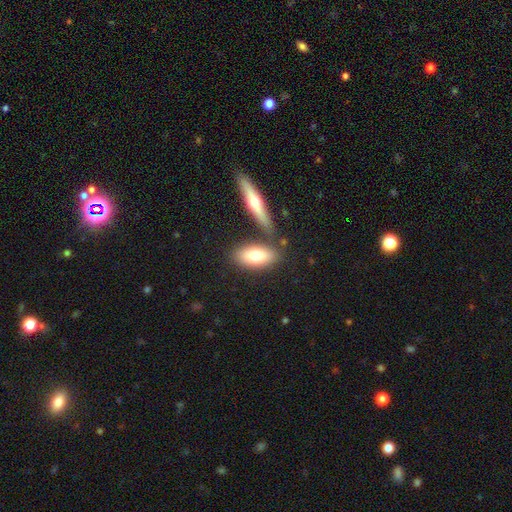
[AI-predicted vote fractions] smooth-or-featured: smooth: 74% | featured or disk: 20% | star or artifact: 6%
  how-rounded: in between: 82% | cigar-shaped: 15% | round: 3%
  merging: none: 68% | merger: 17% | minor disturbance: 12% | major disturbance: 3%